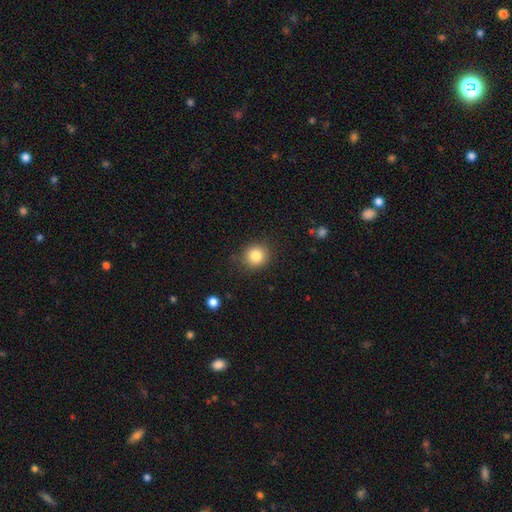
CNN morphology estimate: Smooth or featured?
  - smooth: 84% *
  - star or artifact: 10%
  - featured or disk: 6%
How rounded?
  - round: 86% *
  - in between: 13%
  - cigar-shaped: 1%
Merging?
  - none: 86% *
  - minor disturbance: 10%
  - major disturbance: 3%
  - merger: 1%